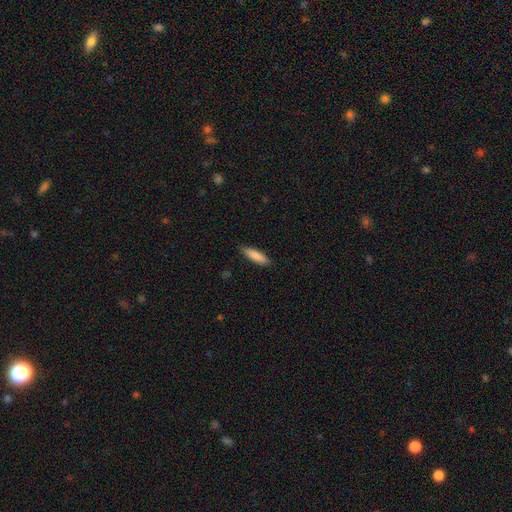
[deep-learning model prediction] Smooth or featured: smooth — 87% (featured or disk — 8%)
How rounded: cigar-shaped — 58% (in between — 40%)
Merging: none — 86% (minor disturbance — 11%)